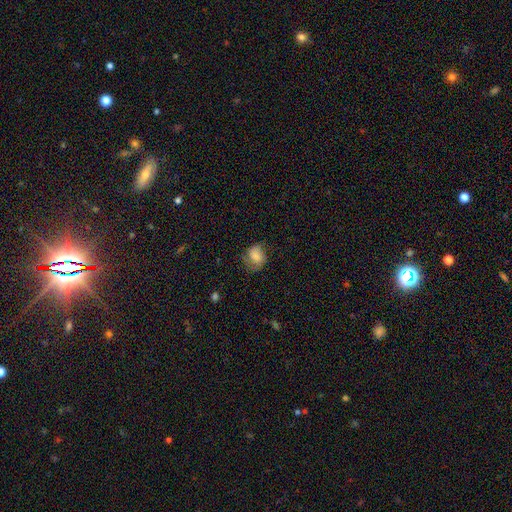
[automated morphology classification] A smooth galaxy with no disk features (67%) that is in between round and cigar-shaped (53%).

Vote fractions:
- Smooth or featured? smooth: 67% / featured or disk: 23% / star or artifact: 9%
- How rounded? in between: 53% / round: 46% / cigar-shaped: 1%
- Merging? none: 49% / minor disturbance: 30% / major disturbance: 19% / merger: 2%